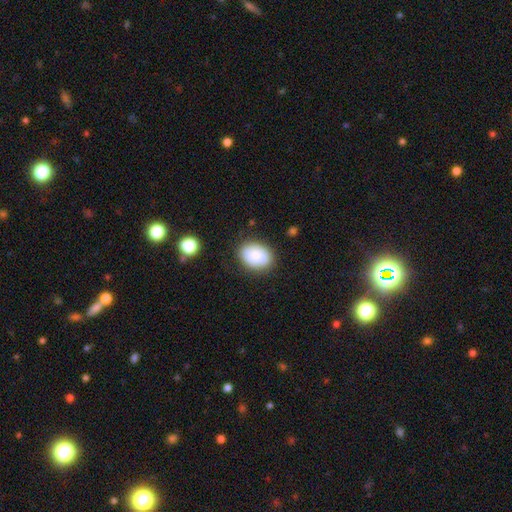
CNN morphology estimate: smooth-or-featured: smooth: 78% | featured or disk: 15% | star or artifact: 7%
  how-rounded: in between: 71% | round: 28% | cigar-shaped: 1%
  merging: none: 82% | minor disturbance: 13% | major disturbance: 3% | merger: 2%